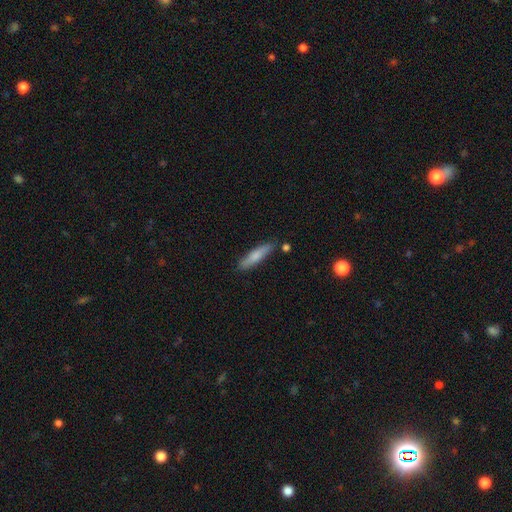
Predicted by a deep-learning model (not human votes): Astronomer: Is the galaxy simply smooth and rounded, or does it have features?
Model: smooth — 73%.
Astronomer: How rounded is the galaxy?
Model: cigar-shaped — 80%.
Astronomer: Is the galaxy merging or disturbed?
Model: none — 80%.